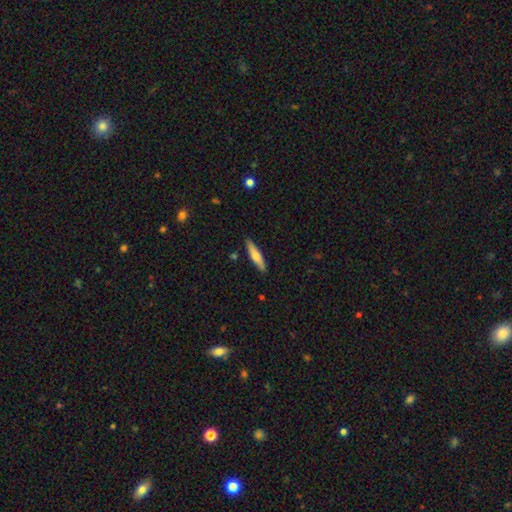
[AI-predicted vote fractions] smooth_or_featured: smooth (p=0.66) [alt: featured or disk p=0.28]
how_rounded: cigar-shaped (p=0.81) [alt: in between p=0.18]
merging: none (p=0.88) [alt: minor disturbance p=0.09]